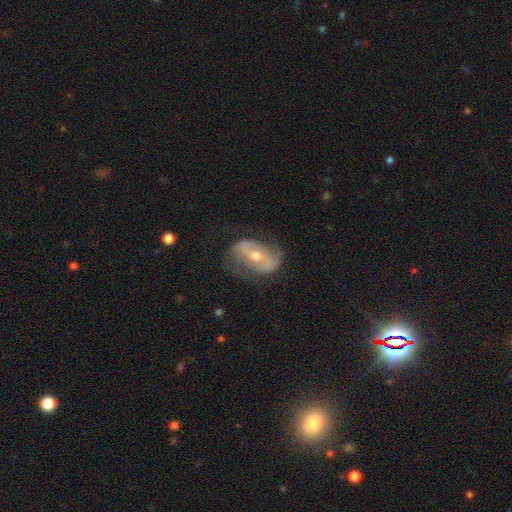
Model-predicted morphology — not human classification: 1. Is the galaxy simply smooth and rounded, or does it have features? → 72% featured or disk, 21% smooth, 7% star or artifact.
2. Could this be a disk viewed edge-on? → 93% no, 7% yes.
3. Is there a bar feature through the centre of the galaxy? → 36% no, 32% strong, 32% weak.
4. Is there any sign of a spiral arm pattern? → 70% yes, 30% no.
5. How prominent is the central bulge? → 56% moderate, 40% small, 2% large, 1% none, 1% dominant.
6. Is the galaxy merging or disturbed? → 63% none, 22% minor disturbance, 14% major disturbance, 1% merger.